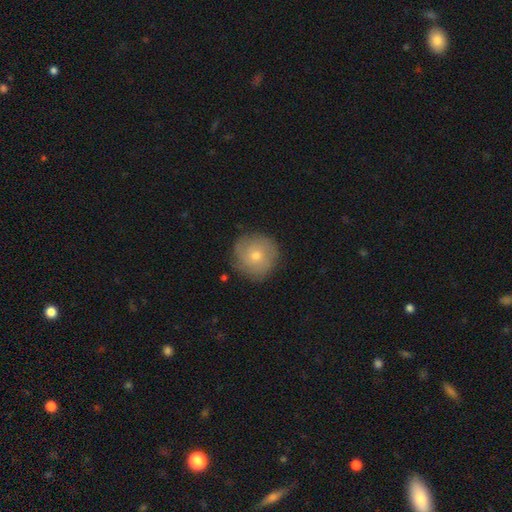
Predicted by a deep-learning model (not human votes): Smooth or featured: smooth — 49% (featured or disk — 40%)
Merging: none — 83% (minor disturbance — 13%)